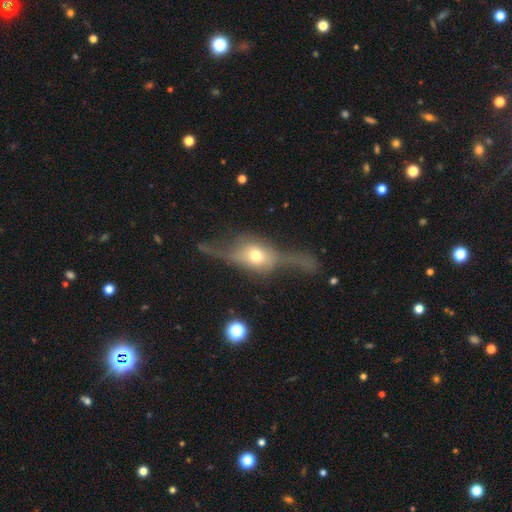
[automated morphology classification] A featured or disk galaxy (69%) viewed edge-on (66%).

Vote fractions:
- Smooth or featured? featured or disk: 69% / smooth: 24% / star or artifact: 8%
- Edge-on disk? yes: 66% / no: 34%
- Merging? major disturbance: 38% / none: 35% / minor disturbance: 22% / merger: 5%